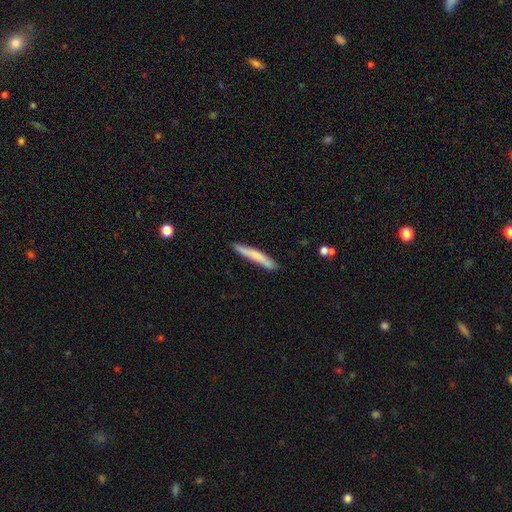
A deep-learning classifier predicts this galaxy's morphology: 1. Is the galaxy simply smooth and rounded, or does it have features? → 69% smooth, 25% featured or disk, 6% star or artifact.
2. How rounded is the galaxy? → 95% cigar-shaped, 4% in between, 1% round.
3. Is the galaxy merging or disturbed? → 84% none, 13% minor disturbance, 2% major disturbance, 2% merger.